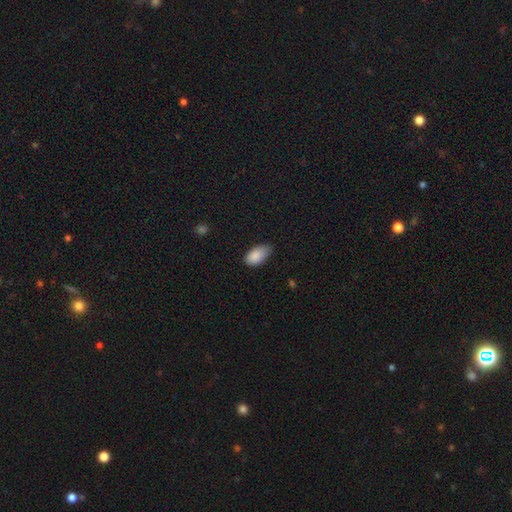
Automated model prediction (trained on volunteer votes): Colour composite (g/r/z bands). It shows a smooth galaxy with no disk features (88%) that is in between round and cigar-shaped (94%). Merging: none (58%).